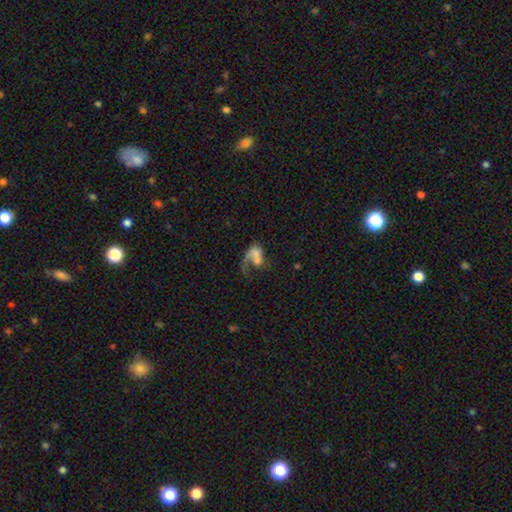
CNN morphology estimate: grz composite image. It shows a featured or disk galaxy (52%) with no bar (79%), spiral arms (63%) and a moderate central bulge (30%). Merging: merger (38%).